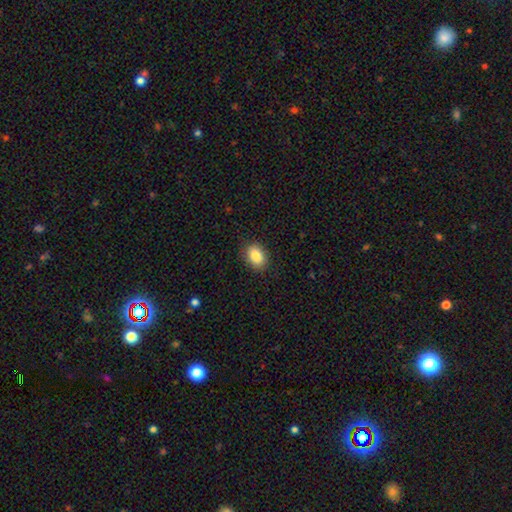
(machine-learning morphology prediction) type=smooth (87%); roundness=in between (80%); merging=none (87%).